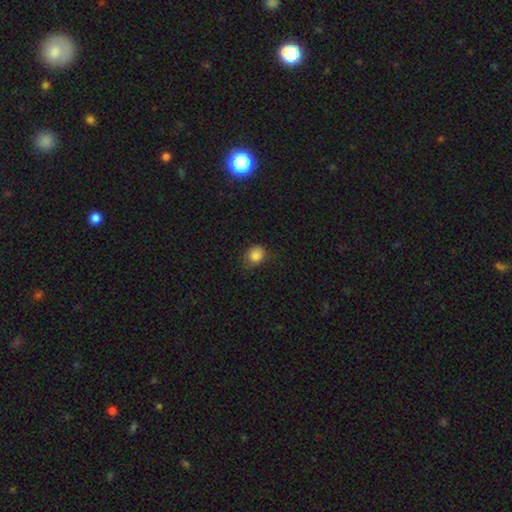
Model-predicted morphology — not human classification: smooth-or-featured: smooth: 84% | star or artifact: 10% | featured or disk: 5%
  how-rounded: round: 61% | in between: 38% | cigar-shaped: 1%
  merging: none: 69% | minor disturbance: 24% | major disturbance: 6% | merger: 1%